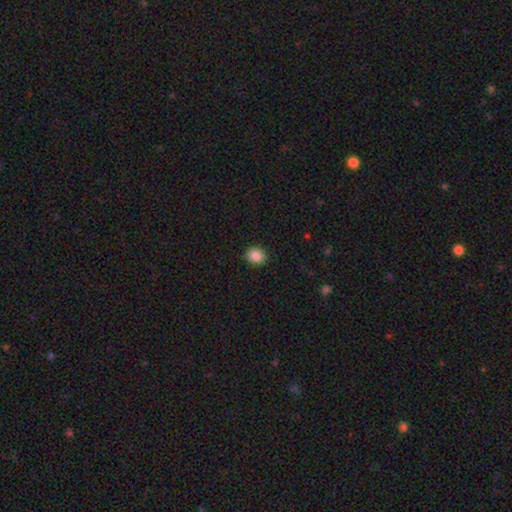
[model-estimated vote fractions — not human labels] Smooth or featured: smooth — 88% (star or artifact — 9%)
How rounded: round — 62% (in between — 37%)
Merging: none — 89% (minor disturbance — 8%)